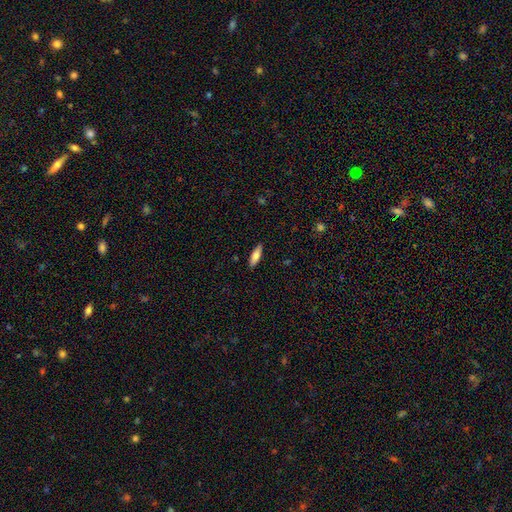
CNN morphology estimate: smooth-or-featured: smooth: 74% | featured or disk: 20% | star or artifact: 6%
  how-rounded: in between: 50% | cigar-shaped: 48% | round: 2%
  merging: none: 89% | minor disturbance: 8% | major disturbance: 2% | merger: 1%